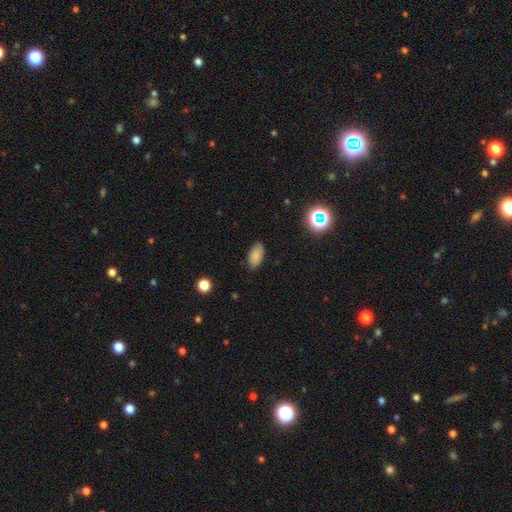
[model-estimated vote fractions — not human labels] This appears to be a smooth galaxy with no disk features (83%) that is in between round and cigar-shaped (92%). Merging: none (86%).